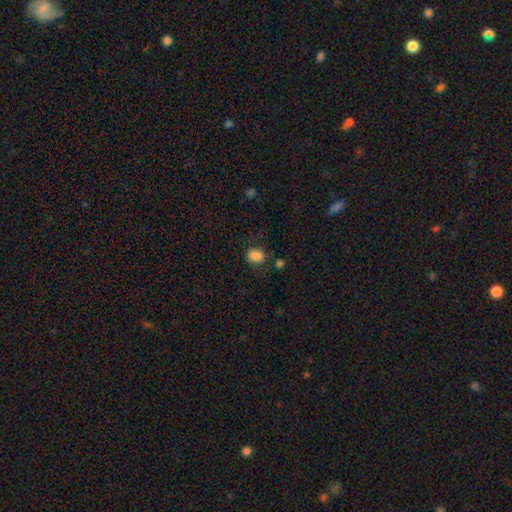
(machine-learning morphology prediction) type=smooth (85%); roundness=round (54%); merging=none (72%).